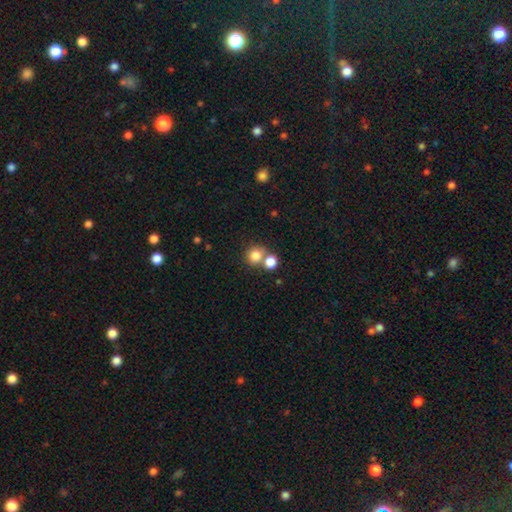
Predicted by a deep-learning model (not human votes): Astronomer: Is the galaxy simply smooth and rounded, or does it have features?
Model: smooth — 80%.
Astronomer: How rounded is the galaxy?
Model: round — 86%.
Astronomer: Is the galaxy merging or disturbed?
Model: none — 57%.